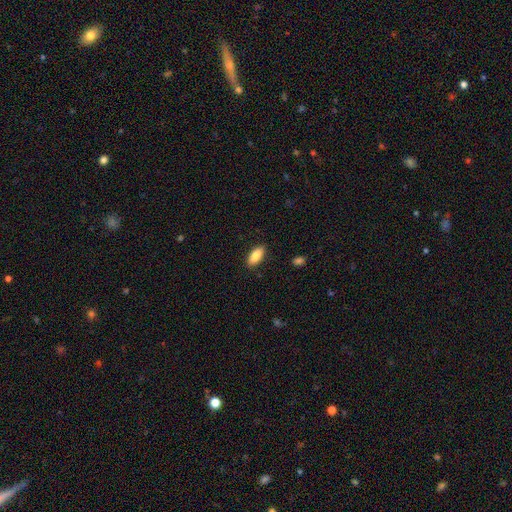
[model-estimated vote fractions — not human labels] smooth 87%, featured or disk 7%, star or artifact 6%. Down the decision tree: how rounded — in between (82%); merging — none (88%).